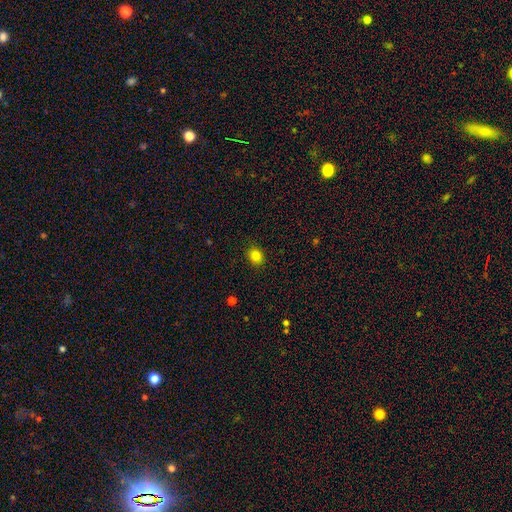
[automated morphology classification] A smooth galaxy with no disk features (83%) that is round (62%).

Vote fractions:
- Smooth or featured? smooth: 83% / star or artifact: 12% / featured or disk: 5%
- How rounded? round: 62% / in between: 37% / cigar-shaped: 1%
- Merging? none: 90% / minor disturbance: 7% / major disturbance: 2% / merger: 1%